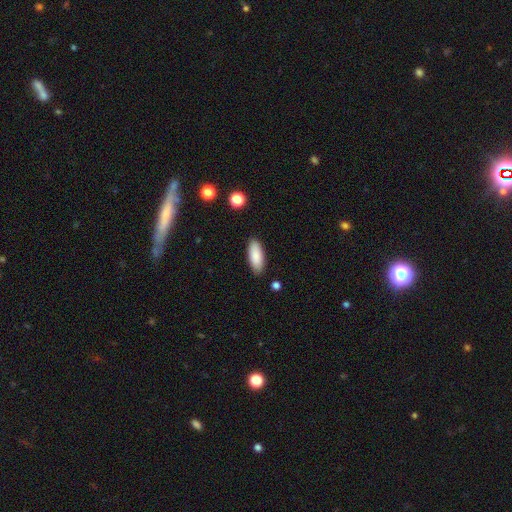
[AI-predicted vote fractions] This is clearly a smooth galaxy (87%). How rounded: likely in between (76%). Merging: clearly none (87%).